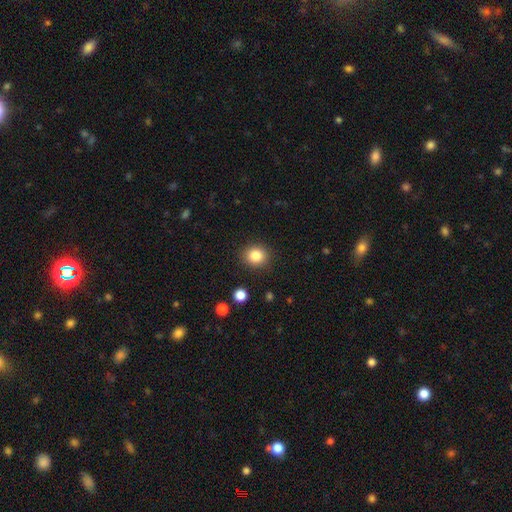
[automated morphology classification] A smooth galaxy with no disk features (84%) that is round (80%). Merging: none (89%).